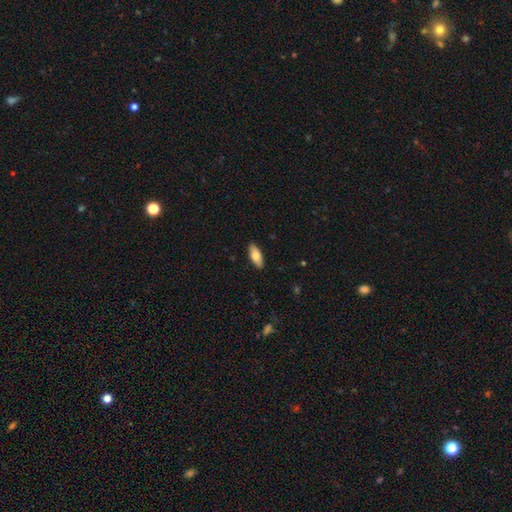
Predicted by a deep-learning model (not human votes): This appears to be a smooth galaxy with no disk features (77%) that is in between round and cigar-shaped (79%). Merging: none (90%).